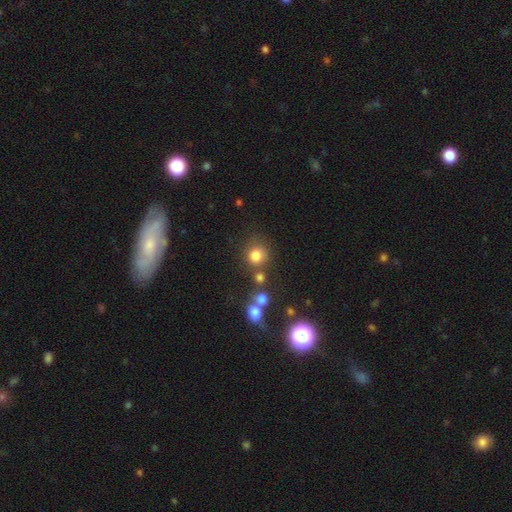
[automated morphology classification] Smooth or featured? Predicted: smooth (p=0.79). How rounded? Predicted: round (p=0.88). Merging? Predicted: none (p=0.68).